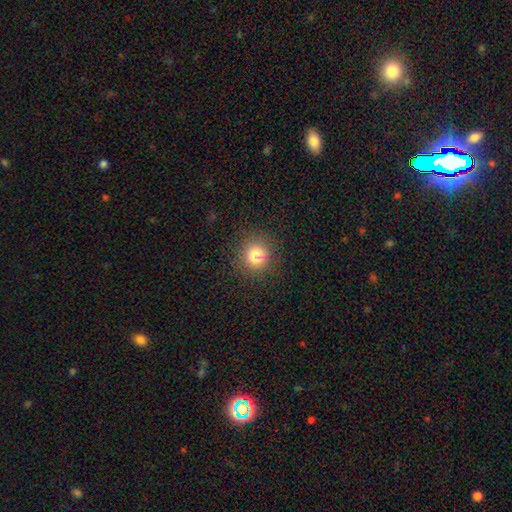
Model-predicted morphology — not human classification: smooth-or-featured: smooth: 81% | star or artifact: 13% | featured or disk: 6%
  how-rounded: round: 90% | in between: 9% | cigar-shaped: 1%
  merging: none: 86% | minor disturbance: 9% | major disturbance: 3% | merger: 1%